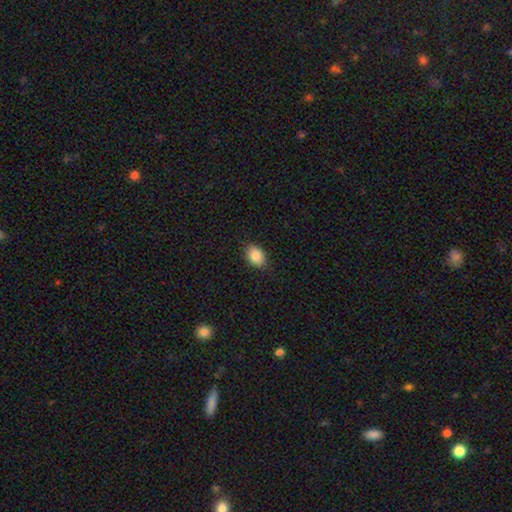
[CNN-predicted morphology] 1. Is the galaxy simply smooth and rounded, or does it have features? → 86% smooth, 8% star or artifact, 6% featured or disk.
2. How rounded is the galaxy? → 78% in between, 21% round, 1% cigar-shaped.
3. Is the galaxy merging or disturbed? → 86% none, 11% minor disturbance, 2% major disturbance, 1% merger.